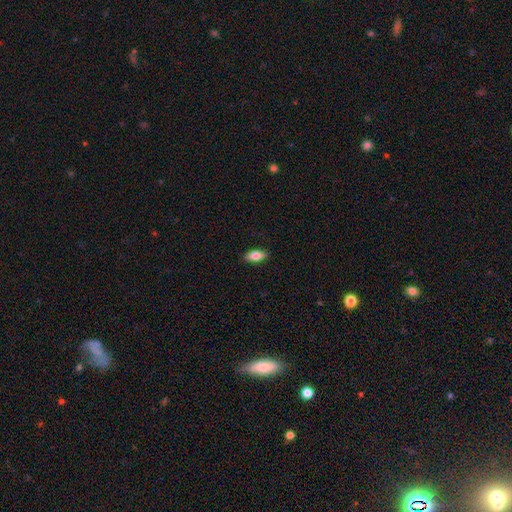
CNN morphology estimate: A smooth galaxy with no disk features (81%) that is in between round and cigar-shaped (86%).

Vote fractions:
- Smooth or featured? smooth: 81% / featured or disk: 12% / star or artifact: 7%
- How rounded? in between: 86% / cigar-shaped: 11% / round: 3%
- Merging? none: 89% / minor disturbance: 8% / major disturbance: 2% / merger: 1%